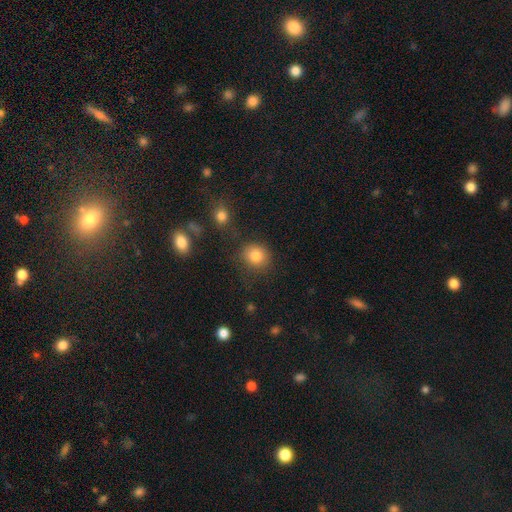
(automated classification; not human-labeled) This appears to be a smooth galaxy with no disk features (83%) that is round (81%). Merging: none (76%).